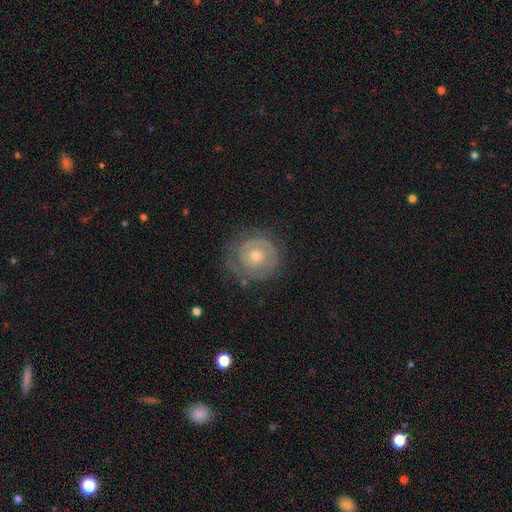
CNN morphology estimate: This is likely a featured or disk galaxy (73%). It is clearly not viewed edge-on (97%). Bar: clearly no (82%). Spiral arm pattern: likely yes (79%). Spiral arm count: marginally 2 (34%). Spiral winding: likely tight (78%). Central bulge: possibly moderate (54%). Merging: likely none (73%).